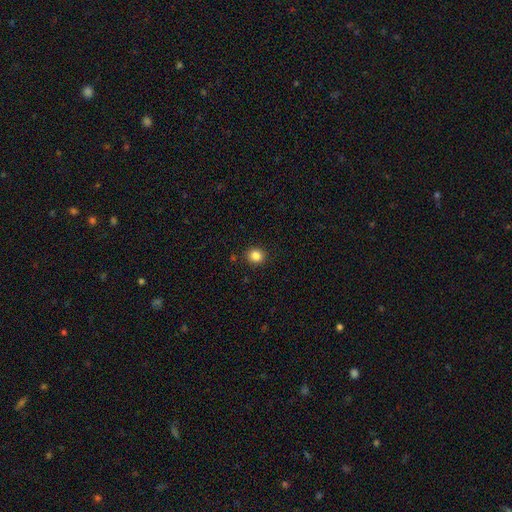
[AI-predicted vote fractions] Smooth or featured?
  - smooth: 84% *
  - star or artifact: 11%
  - featured or disk: 4%
How rounded?
  - round: 84% *
  - in between: 15%
  - cigar-shaped: 1%
Merging?
  - none: 91% *
  - minor disturbance: 6%
  - major disturbance: 2%
  - merger: 1%